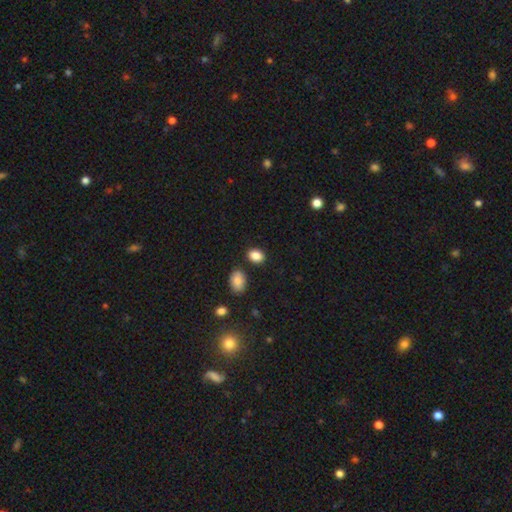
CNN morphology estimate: Q: Smooth or featured?
A: smooth (86%); runner-up: star or artifact (9%)
Q: How rounded?
A: in between (72%); runner-up: round (27%)
Q: Merging?
A: none (82%); runner-up: minor disturbance (10%)